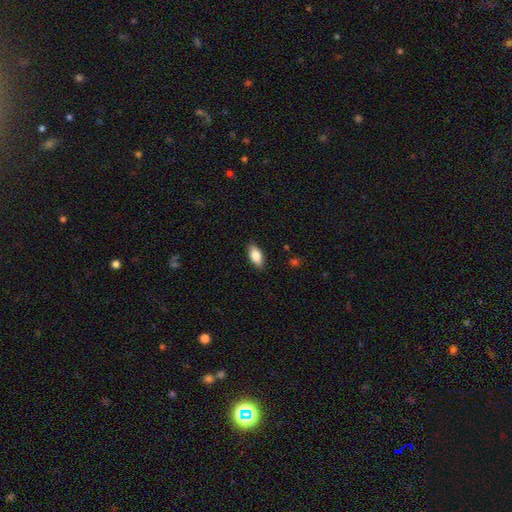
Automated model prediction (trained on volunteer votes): Q: Smooth or featured?
A: smooth (83%); runner-up: featured or disk (10%)
Q: How rounded?
A: in between (89%); runner-up: cigar-shaped (7%)
Q: Merging?
A: none (87%); runner-up: minor disturbance (10%)